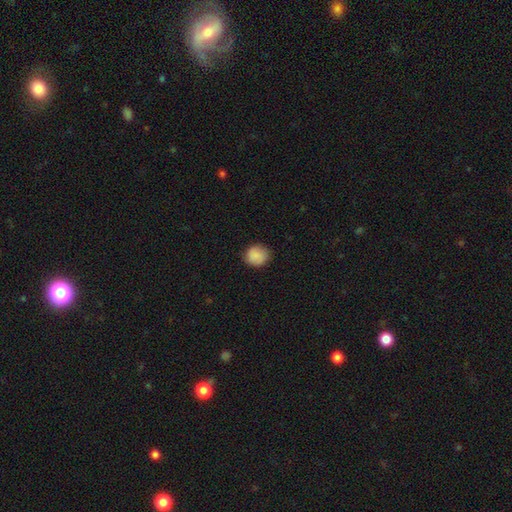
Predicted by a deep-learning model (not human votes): This appears to be a smooth galaxy with no disk features (87%) that is round (81%). Merging: none (83%).